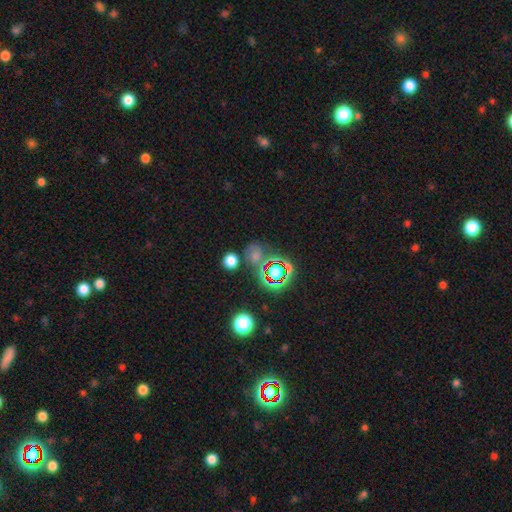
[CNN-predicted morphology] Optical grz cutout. It shows a star or artifact, not a galaxy (62%).